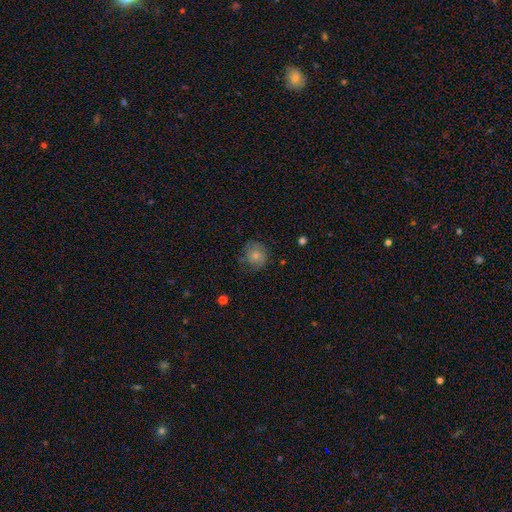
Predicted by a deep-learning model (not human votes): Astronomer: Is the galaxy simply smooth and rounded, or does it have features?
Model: smooth — 71%.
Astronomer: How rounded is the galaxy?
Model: round — 81%.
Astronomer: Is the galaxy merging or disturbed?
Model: none — 66%.